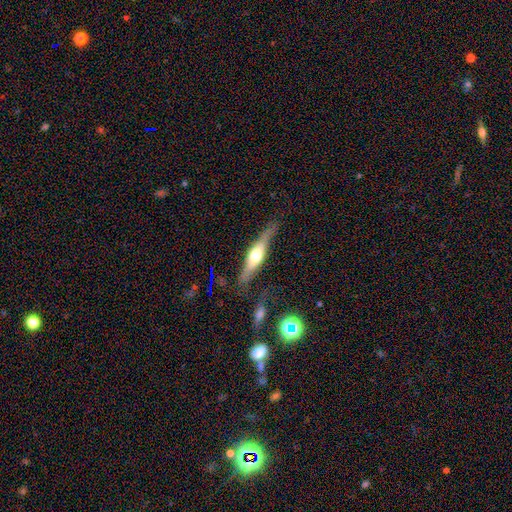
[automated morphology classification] Smooth or featured? featured or disk (65%)
Edge-on disk? yes (91%)
Edge-on bulge? rounded (90%)
Merging? none (75%)